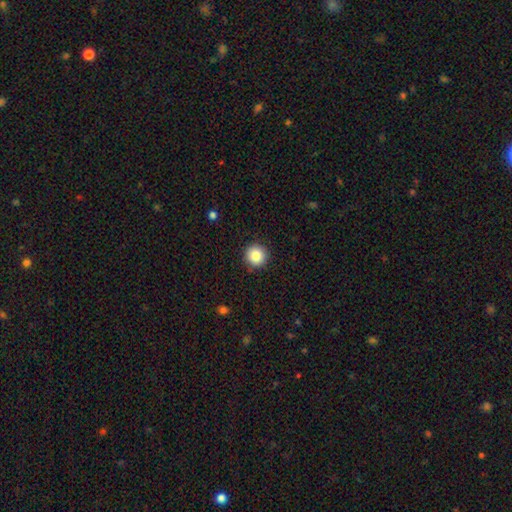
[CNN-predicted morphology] type=smooth (86%); roundness=round (96%); merging=none (91%).